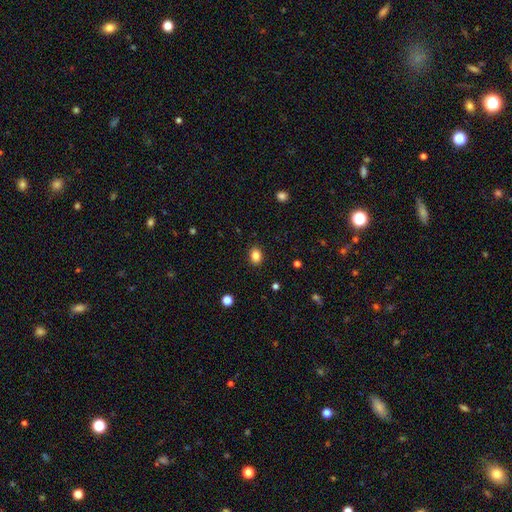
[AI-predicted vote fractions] A smooth galaxy with no disk features (85%) that is in between round and cigar-shaped (68%). Merging: none (89%).